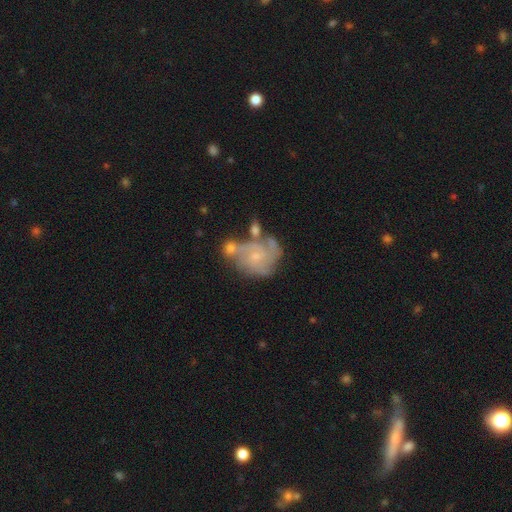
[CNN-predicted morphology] The model was most divided on "spiral arm count": 3: 33%, can't tell: 27%, 2: 19%, 4: 11%, 1: 5%, more than 4: 5%. Remaining: edge-on disk — no (98%); spiral arms — yes (90%); smooth or featured — featured or disk (78%); bulge size — small (74%); bar — no (73%); spiral winding — tight (47%); merging — none (37%).